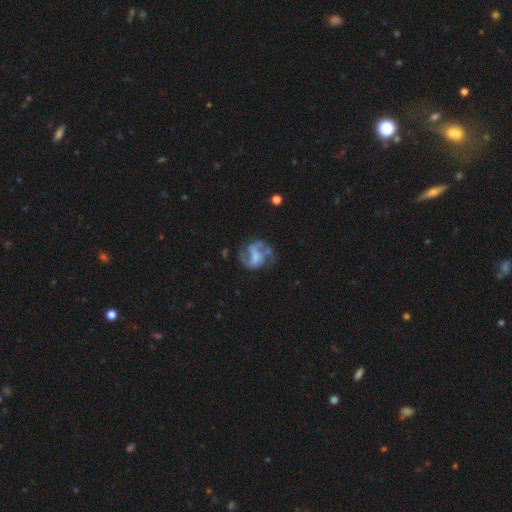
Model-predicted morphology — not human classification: This is likely a featured or disk galaxy (73%). It is clearly not viewed edge-on (98%). Bar: marginally weak (40%). Spiral arm pattern: clearly yes (81%). Spiral arm count: likely 2 (75%). Spiral winding: possibly medium (46%). Central bulge: marginally none (44%). Merging: possibly none (51%).